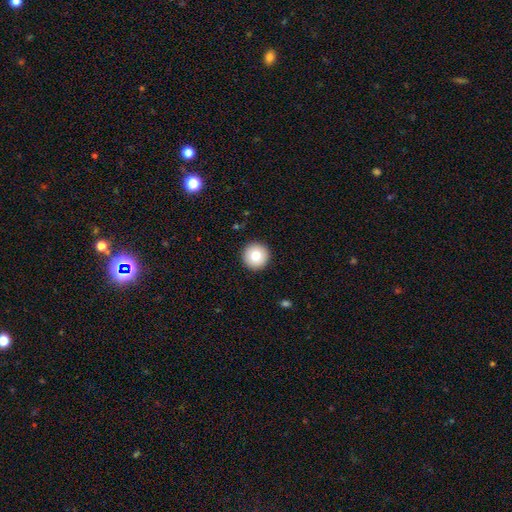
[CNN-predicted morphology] smooth-or-featured: smooth: 79% | featured or disk: 13% | star or artifact: 9%
  how-rounded: round: 96% | in between: 3% | cigar-shaped: 1%
  merging: none: 93% | minor disturbance: 5% | major disturbance: 2% | merger: 1%